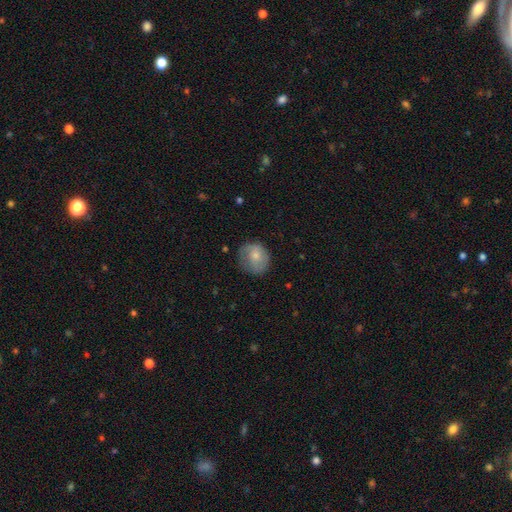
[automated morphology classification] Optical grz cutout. It shows a smooth galaxy with no disk features (63%) that is round (74%). Merging: none (59%).